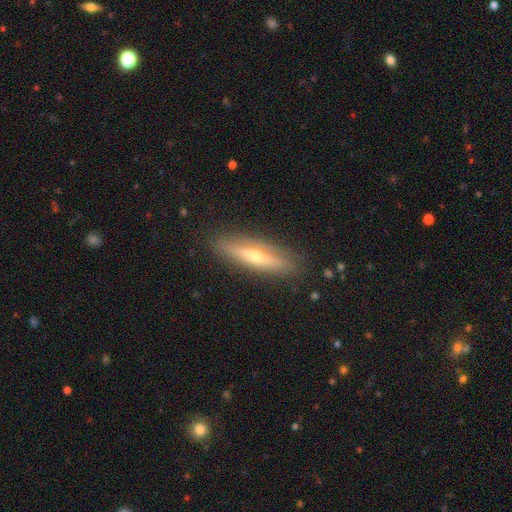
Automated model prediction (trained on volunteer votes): A featured or disk galaxy (60%) viewed edge-on (89%) with a rounded central bulge (83%).

Vote fractions:
- Smooth or featured? featured or disk: 60% / smooth: 33% / star or artifact: 7%
- Edge-on disk? yes: 89% / no: 11%
- Edge-on bulge? rounded: 83% / none: 13% / boxy: 4%
- Merging? none: 88% / minor disturbance: 9% / major disturbance: 2% / merger: 1%